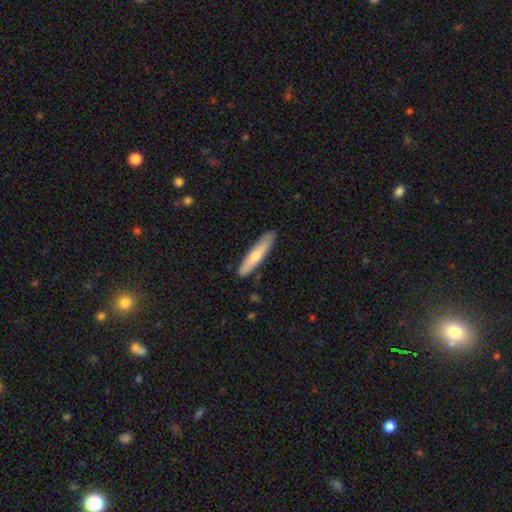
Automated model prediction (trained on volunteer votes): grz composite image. It shows a smooth galaxy with no disk features (65%) that is cigar-shaped (86%). Merging: none (86%).